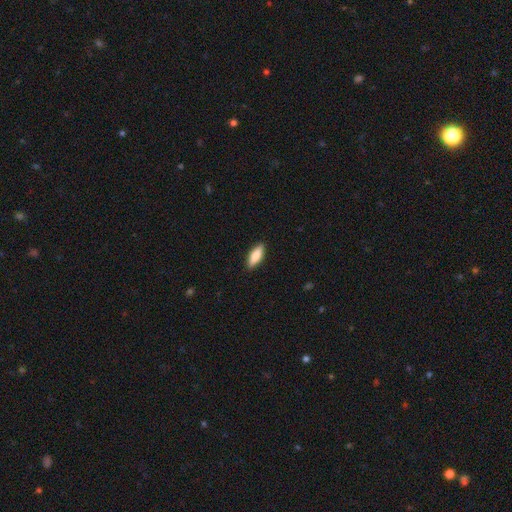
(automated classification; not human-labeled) A smooth galaxy with no disk features (78%) that is in between round and cigar-shaped (60%). Merging: none (89%).